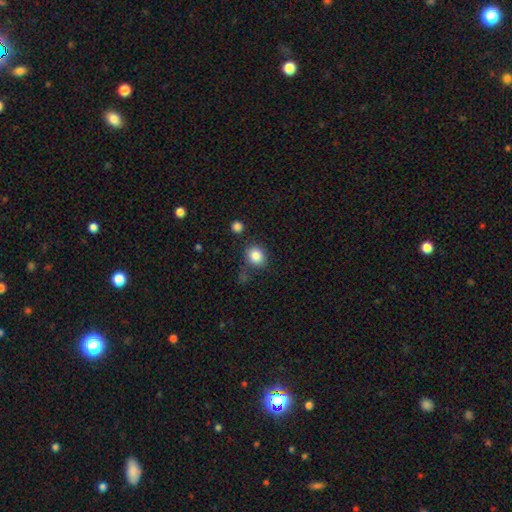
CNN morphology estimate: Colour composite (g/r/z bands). It shows a smooth galaxy with no disk features (85%) that is round (71%). Merging: none (76%).